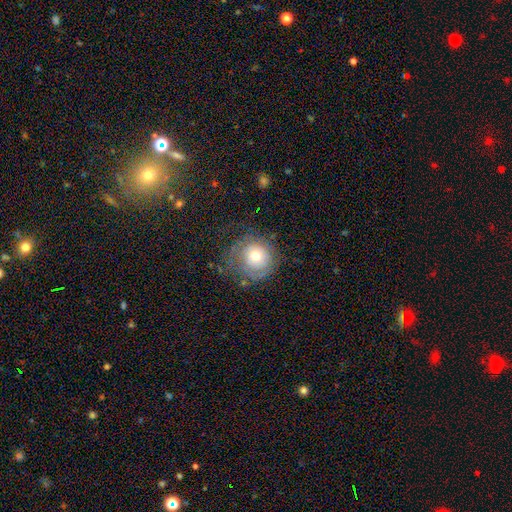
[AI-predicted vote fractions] Q: Smooth or featured?
A: smooth (57%); runner-up: featured or disk (33%)
Q: How rounded?
A: round (90%); runner-up: in between (9%)
Q: Merging?
A: none (58%); runner-up: minor disturbance (22%)